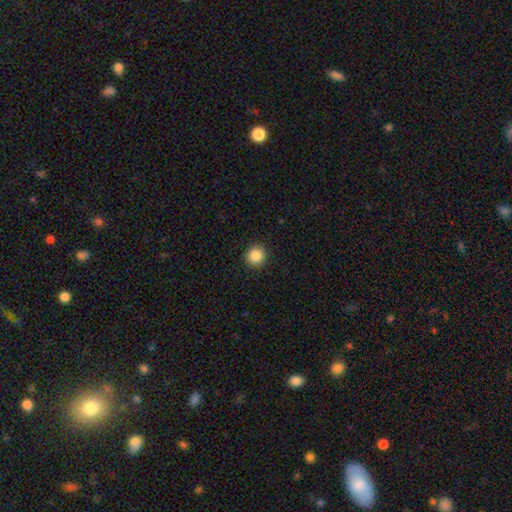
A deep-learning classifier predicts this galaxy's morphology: smooth-or-featured: smooth: 86% | star or artifact: 10% | featured or disk: 4%
  how-rounded: round: 94% | in between: 5% | cigar-shaped: 1%
  merging: none: 92% | minor disturbance: 5% | major disturbance: 2% | merger: 1%